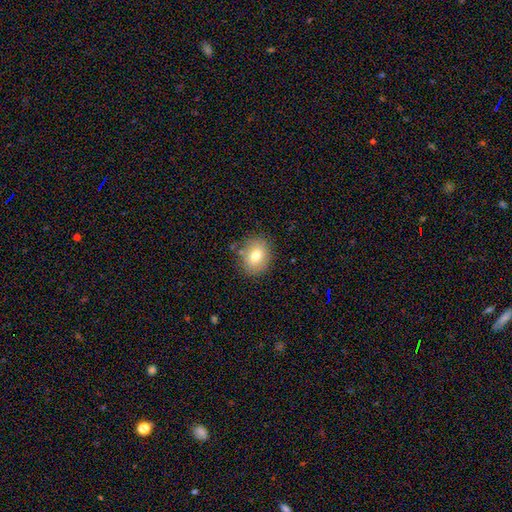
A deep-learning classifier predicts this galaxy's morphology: Smooth or featured? smooth (76%)
How rounded? round (51%)
Merging? none (82%)